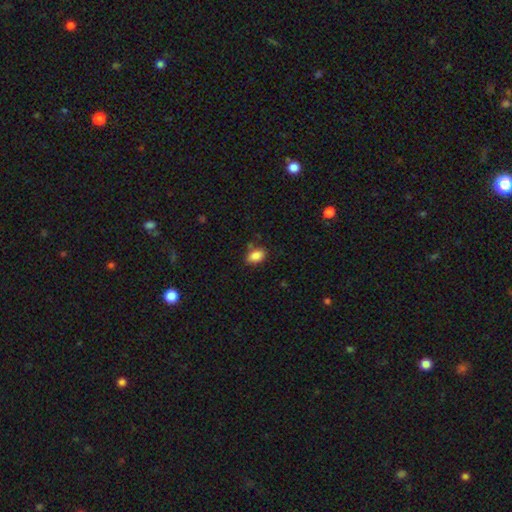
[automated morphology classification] smooth-or-featured: smooth: 87% | star or artifact: 8% | featured or disk: 5%
  how-rounded: in between: 88% | round: 11% | cigar-shaped: 2%
  merging: none: 76% | minor disturbance: 16% | merger: 4% | major disturbance: 4%